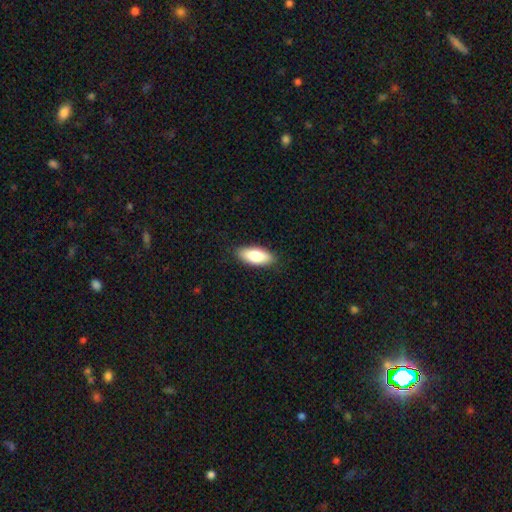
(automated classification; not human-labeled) This appears to be a smooth galaxy with no disk features (79%) that is in between round and cigar-shaped (81%). Merging: none (88%).